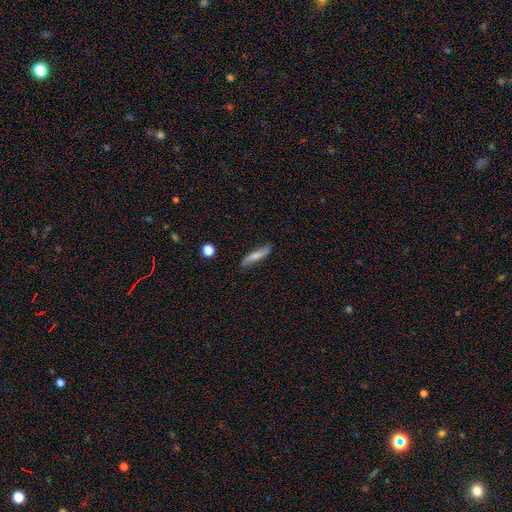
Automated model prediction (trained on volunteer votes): smooth-or-featured: featured or disk: 47% | smooth: 46% | star or artifact: 7%
  merging: none: 73% | minor disturbance: 20% | major disturbance: 5% | merger: 2%